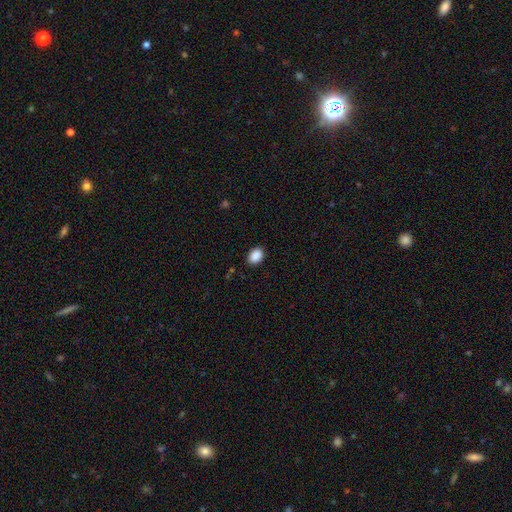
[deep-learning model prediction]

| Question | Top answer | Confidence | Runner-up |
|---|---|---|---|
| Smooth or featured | smooth | 90% | star or artifact (8%) |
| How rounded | in between | 77% | round (22%) |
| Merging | none | 88% | minor disturbance (8%) |